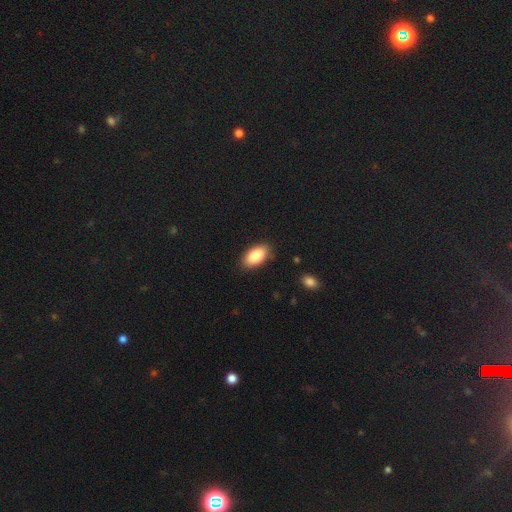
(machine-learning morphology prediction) A smooth galaxy with no disk features (89%) that is in between round and cigar-shaped (94%). Merging: none (86%).